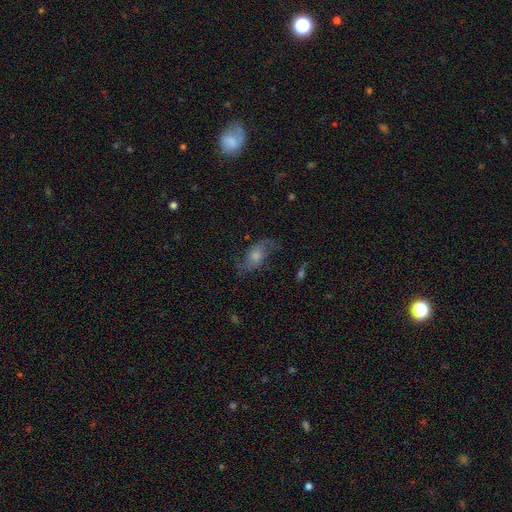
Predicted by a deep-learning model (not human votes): This appears to be a featured or disk galaxy (71%) with no bar (69%), 2 (89%) loose (60%) spiral arms (92%) and a moderate central bulge (50%). Merging: none (72%).